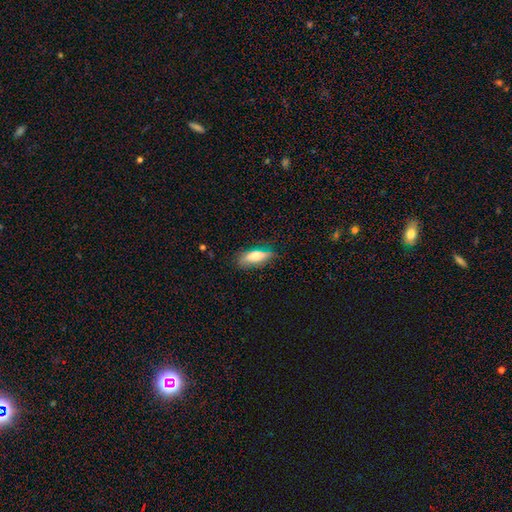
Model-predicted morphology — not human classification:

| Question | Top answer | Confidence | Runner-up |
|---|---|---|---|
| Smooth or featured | smooth | 63% | featured or disk (30%) |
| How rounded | in between | 70% | cigar-shaped (27%) |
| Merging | none | 75% | minor disturbance (20%) |